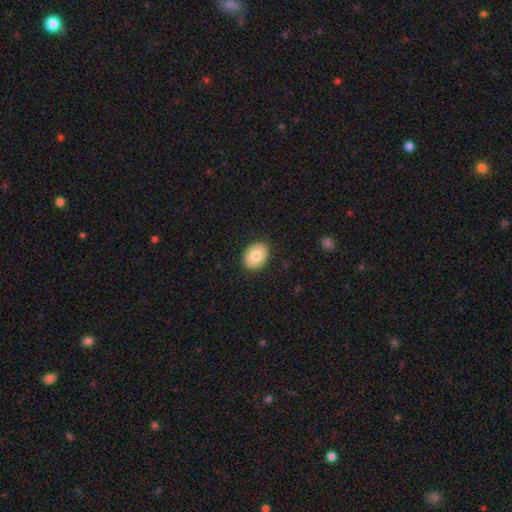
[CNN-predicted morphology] Smooth or featured? smooth (80%)
How rounded? in between (58%)
Merging? none (89%)